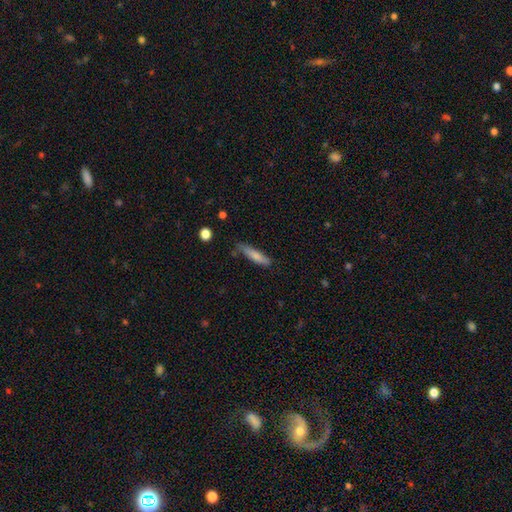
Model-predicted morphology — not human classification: Q: Smooth or featured?
A: smooth (76%); runner-up: featured or disk (18%)
Q: How rounded?
A: cigar-shaped (80%); runner-up: in between (18%)
Q: Merging?
A: none (71%); runner-up: minor disturbance (22%)